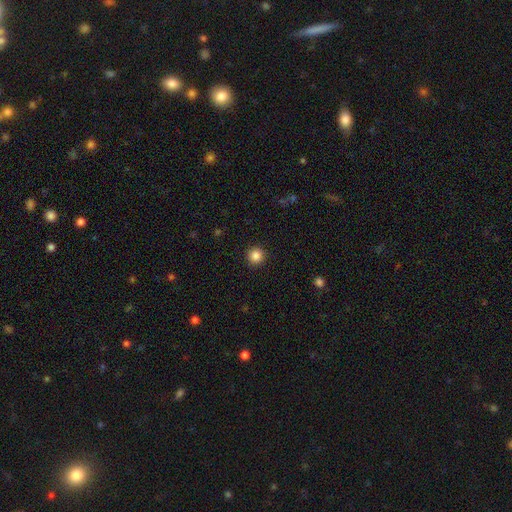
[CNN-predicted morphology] Smooth or featured? smooth (86%)
How rounded? round (96%)
Merging? none (93%)